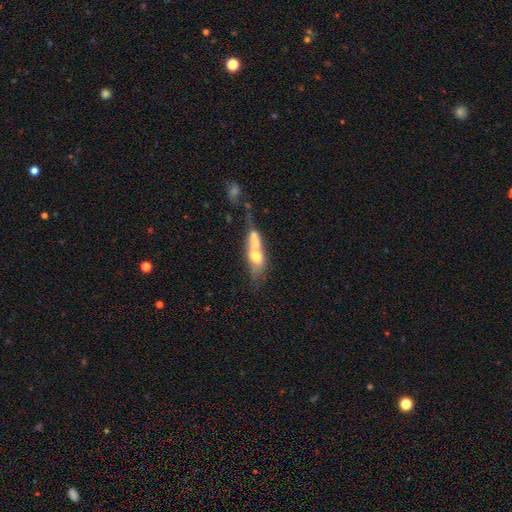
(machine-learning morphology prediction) A smooth galaxy with no disk features (53%) that is in between round and cigar-shaped (62%). Merging: merger (65%).